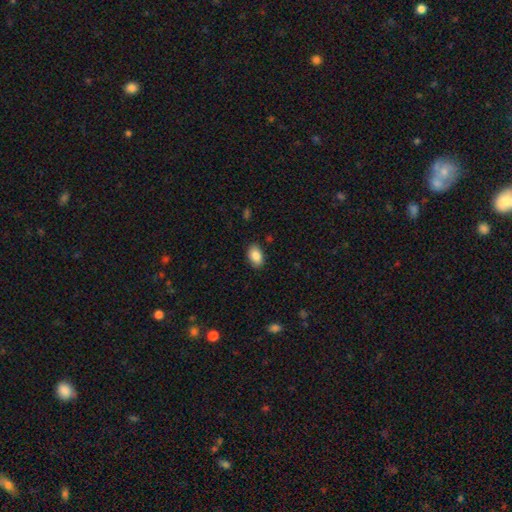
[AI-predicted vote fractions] The model was most divided on "merging": none: 87%, minor disturbance: 10%, major disturbance: 2%, merger: 1%. More confident: how rounded — in between (90%); smooth or featured — smooth (87%).